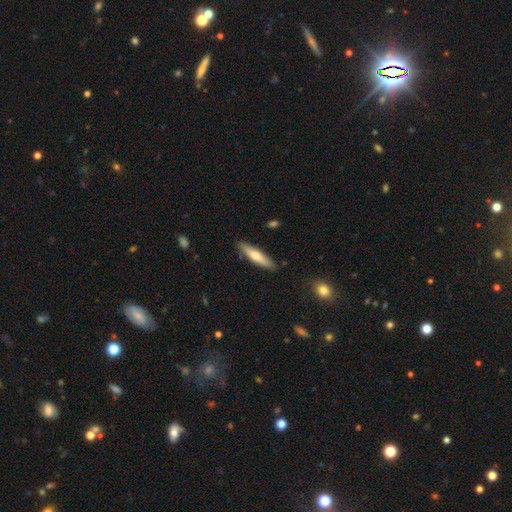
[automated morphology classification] Q: Smooth or featured?
A: smooth (60%); runner-up: featured or disk (34%)
Q: How rounded?
A: cigar-shaped (79%); runner-up: in between (19%)
Q: Merging?
A: none (87%); runner-up: minor disturbance (9%)